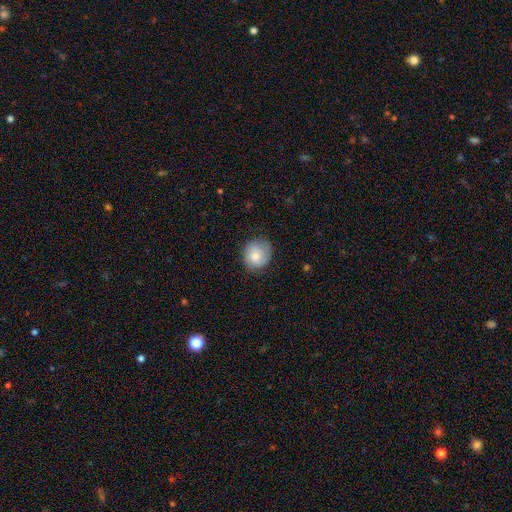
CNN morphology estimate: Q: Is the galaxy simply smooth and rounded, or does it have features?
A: smooth — 75%.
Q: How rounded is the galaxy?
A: round — 79%.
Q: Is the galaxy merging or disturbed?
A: none — 72%.